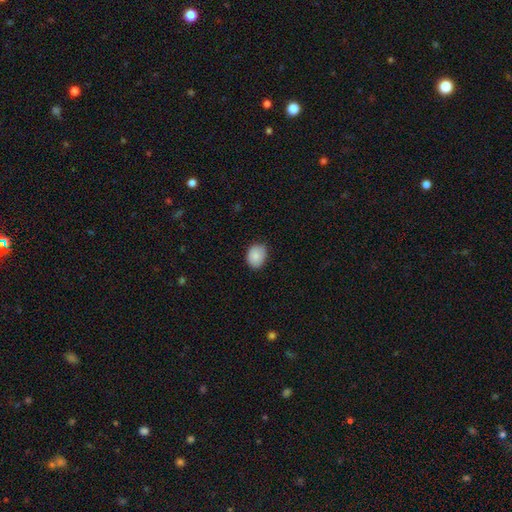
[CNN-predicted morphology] Smooth or featured? smooth (86%)
How rounded? in between (59%)
Merging? none (79%)